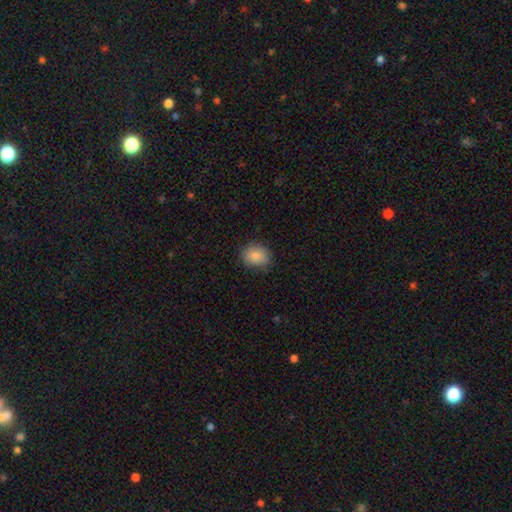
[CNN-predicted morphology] Overall: smooth (84%). How rounded: round (55%; in between 44%). Merging: none (78%).